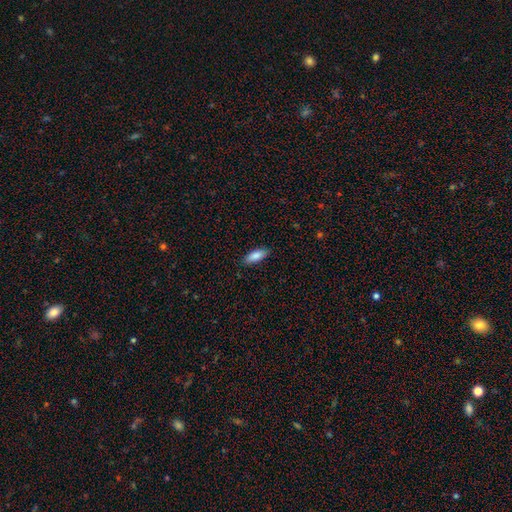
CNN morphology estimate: smooth 85%, featured or disk 9%, star or artifact 6%. Down the decision tree: how rounded — in between (73%); merging — none (87%).